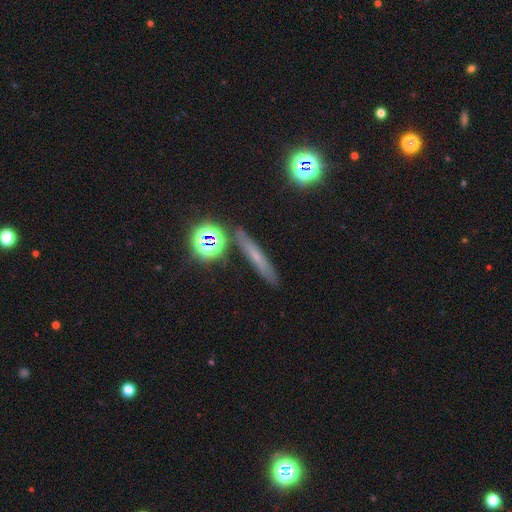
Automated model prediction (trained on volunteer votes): Morphology: type=smooth (46%); merging=none (85%).